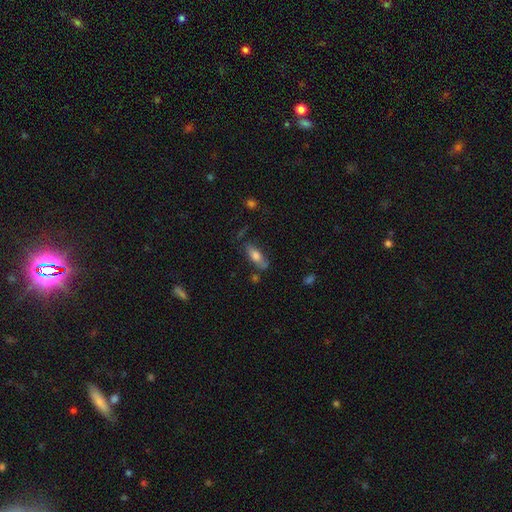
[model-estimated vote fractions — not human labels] Smooth or featured: smooth — 66% (featured or disk — 27%)
How rounded: in between — 62% (cigar-shaped — 35%)
Merging: none — 66% (minor disturbance — 22%)